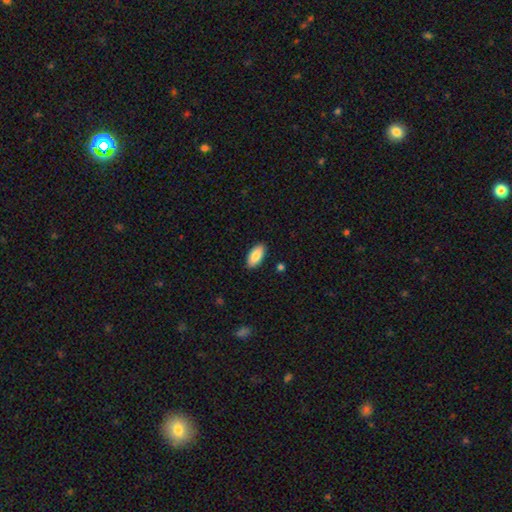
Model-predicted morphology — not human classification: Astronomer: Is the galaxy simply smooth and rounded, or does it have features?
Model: smooth — 87%.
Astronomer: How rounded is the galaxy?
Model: in between — 92%.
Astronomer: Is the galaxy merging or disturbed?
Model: none — 89%.